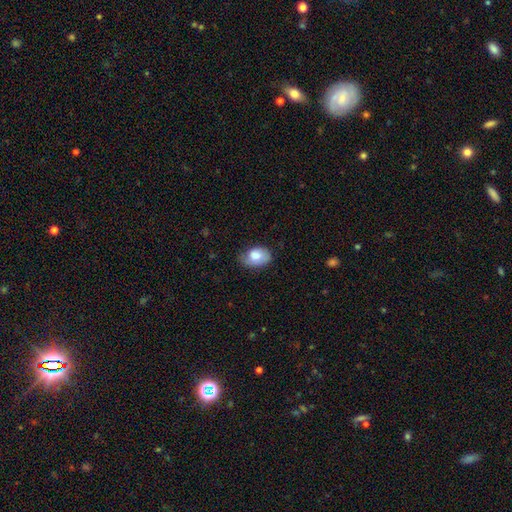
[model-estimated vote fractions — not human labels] Q: Smooth or featured?
A: smooth (77%); runner-up: featured or disk (16%)
Q: How rounded?
A: in between (80%); runner-up: round (19%)
Q: Merging?
A: none (56%); runner-up: minor disturbance (34%)